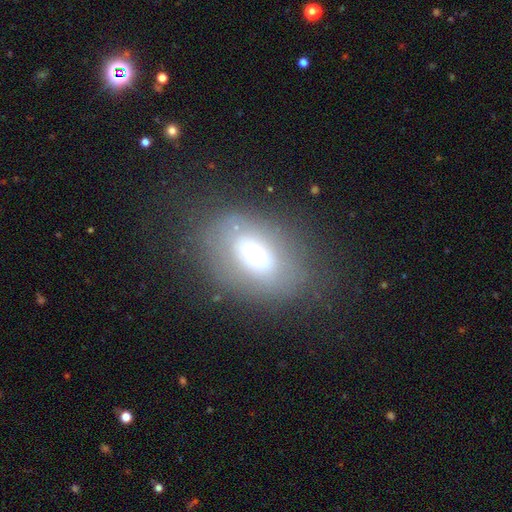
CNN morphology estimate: smooth-or-featured: smooth: 54% | featured or disk: 27% | star or artifact: 19%
  how-rounded: in between: 64% | round: 35% | cigar-shaped: 2%
  merging: none: 70% | minor disturbance: 15% | major disturbance: 12% | merger: 3%